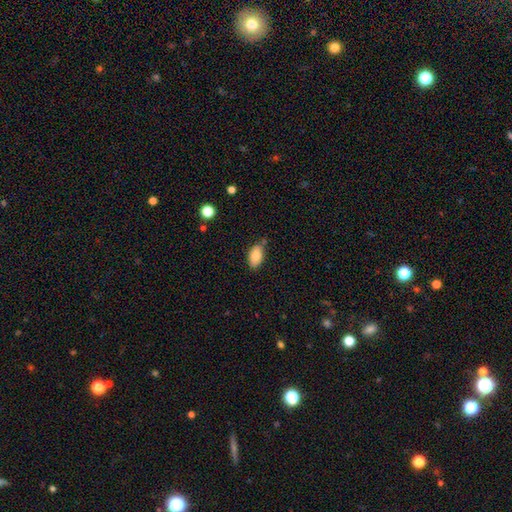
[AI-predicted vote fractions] The model was most divided on "merging": none: 71%, minor disturbance: 20%, merger: 6%, major disturbance: 4%. More confident: how rounded — in between (92%); smooth or featured — smooth (84%).